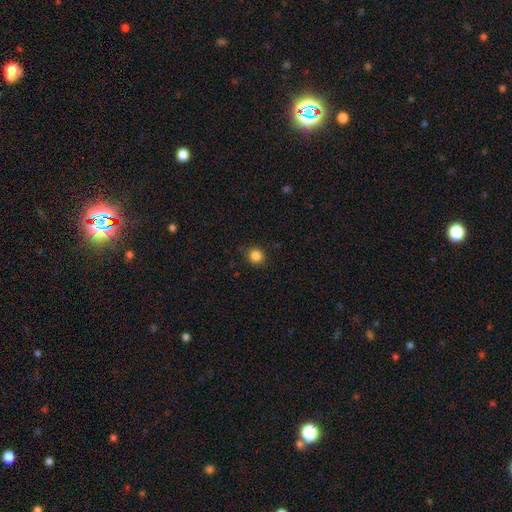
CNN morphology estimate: Smooth or featured: smooth — 85% (star or artifact — 11%)
How rounded: round — 89% (in between — 10%)
Merging: none — 87% (minor disturbance — 9%)